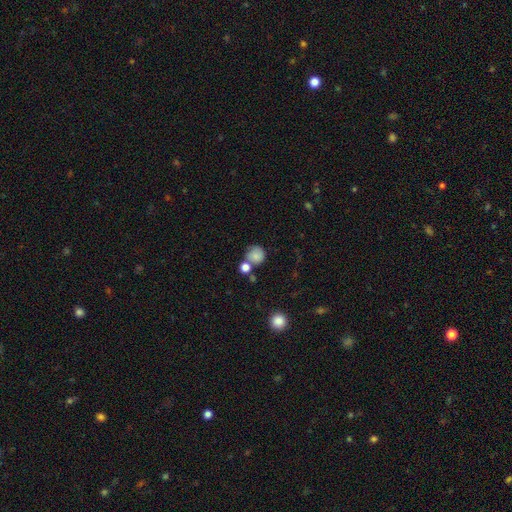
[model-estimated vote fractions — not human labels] Smooth or featured: smooth — 81% (star or artifact — 10%)
How rounded: round — 87% (in between — 12%)
Merging: none — 56% (merger — 24%)